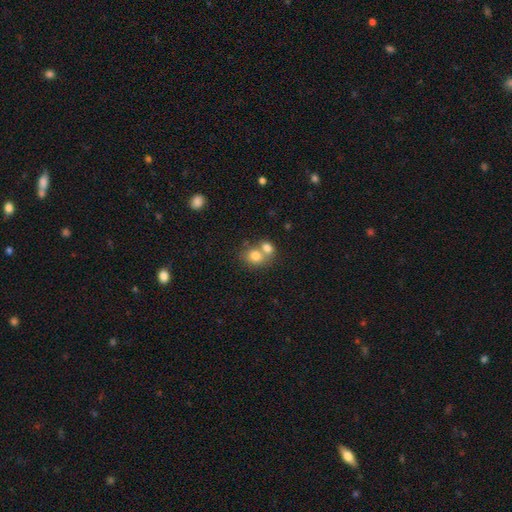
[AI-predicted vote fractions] Morphology: type=smooth (77%); roundness=round (60%); merging=merger (59%).